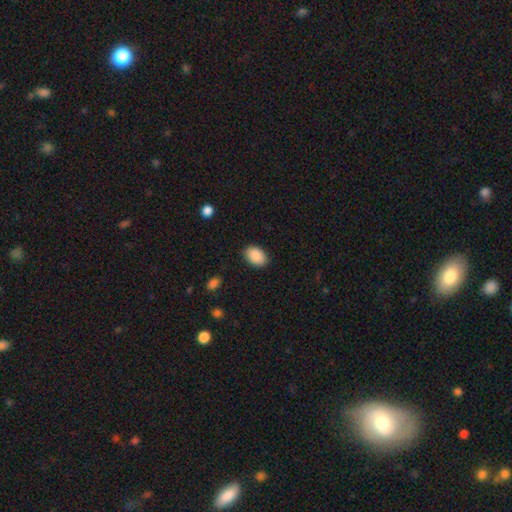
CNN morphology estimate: Smooth or featured? smooth (90%)
How rounded? in between (88%)
Merging? none (88%)